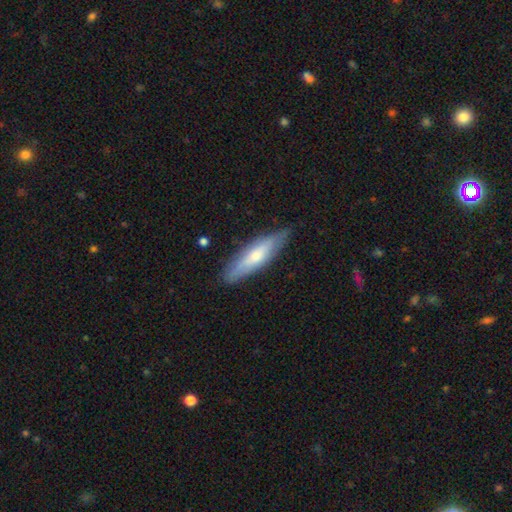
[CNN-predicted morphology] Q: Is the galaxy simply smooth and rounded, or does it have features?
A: smooth — 53%.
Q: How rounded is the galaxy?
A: cigar-shaped — 72%.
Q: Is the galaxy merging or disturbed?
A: none — 81%.